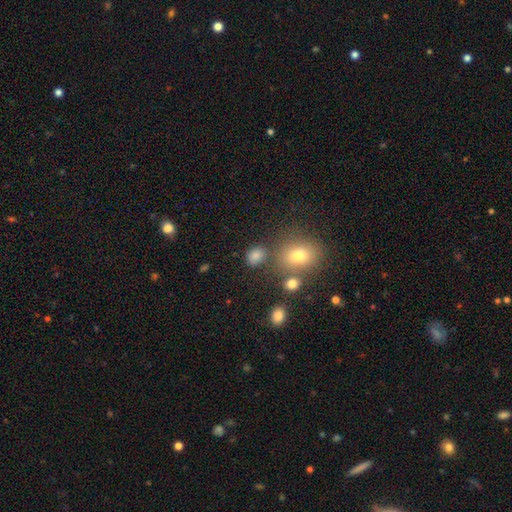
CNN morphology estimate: Overall: smooth (78%). How rounded: in between (52%; round 46%). Merging: none (70%).